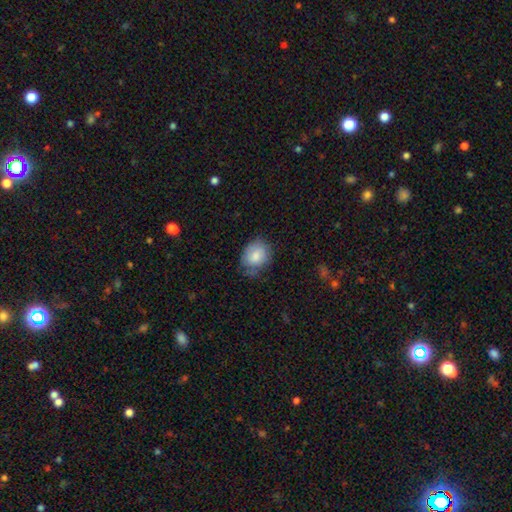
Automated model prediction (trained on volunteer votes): Overall: smooth (75%). How rounded: round (55%; in between 44%). Merging: none (62%; minor disturbance 29%).